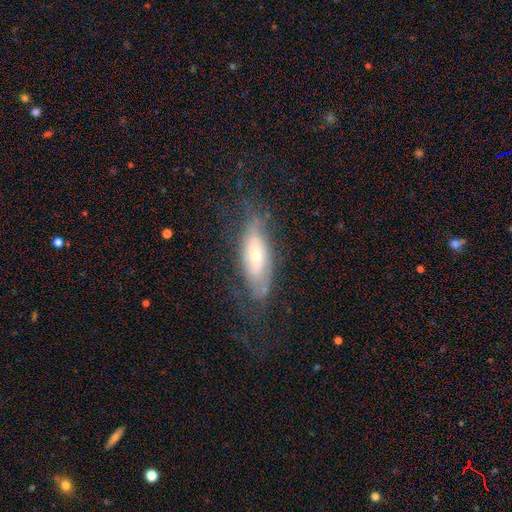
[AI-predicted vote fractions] The model was most divided on "smooth or featured": featured or disk: 56%, smooth: 36%, star or artifact: 8%. More confident: edge-on disk — no (74%); merging — none (60%).